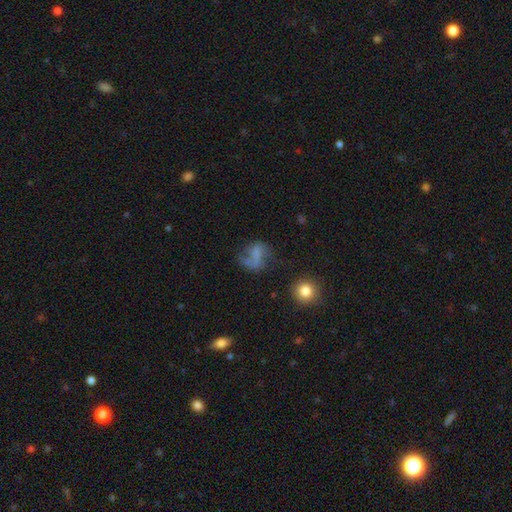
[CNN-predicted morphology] Q: Smooth or featured?
A: smooth (44%); runner-up: featured or disk (37%)
Q: Merging?
A: none (35%); tied with: major disturbance (35%)